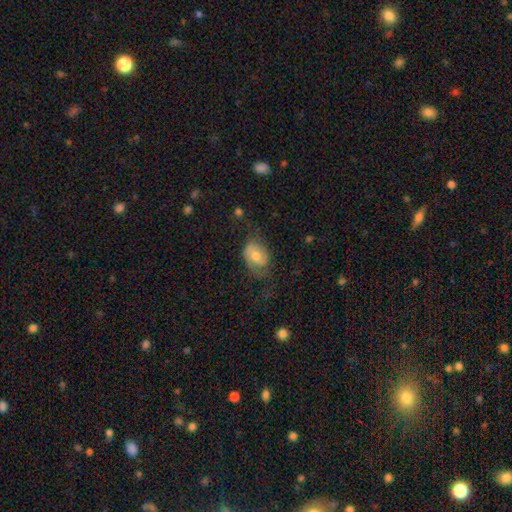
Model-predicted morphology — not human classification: Smooth or featured? Predicted: smooth (p=0.48). Merging? Predicted: none (p=0.52).